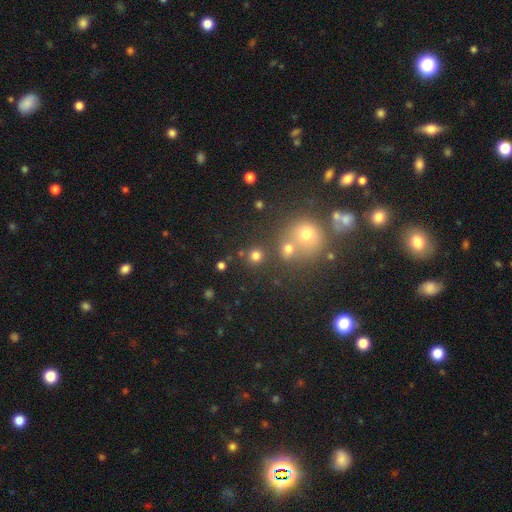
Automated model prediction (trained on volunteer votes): Overall: smooth (75%). How rounded: round (91%). Merging: none (77%).